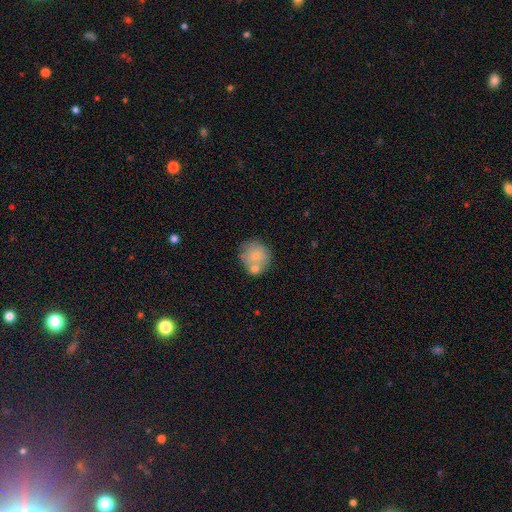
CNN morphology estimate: Smooth or featured: smooth — 76% (featured or disk — 16%)
How rounded: round — 86% (in between — 13%)
Merging: none — 54% (merger — 27%)